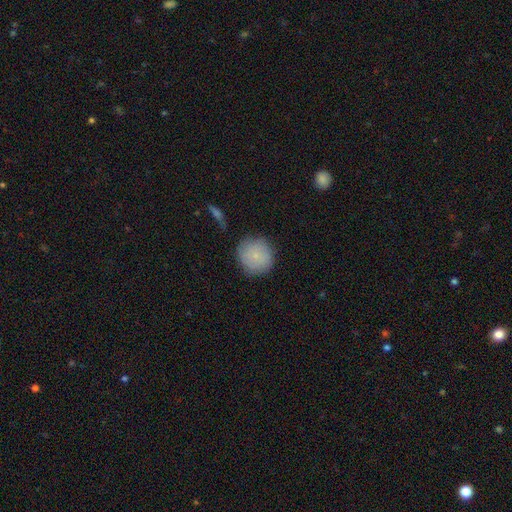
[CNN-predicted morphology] smooth 76%, featured or disk 16%, star or artifact 7%. Down the decision tree: how rounded — round (92%); merging — none (79%).